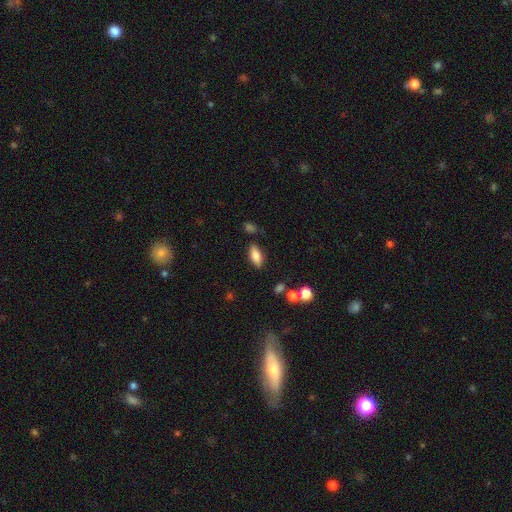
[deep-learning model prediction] Smooth or featured? smooth (81%)
How rounded? in between (80%)
Merging? none (81%)